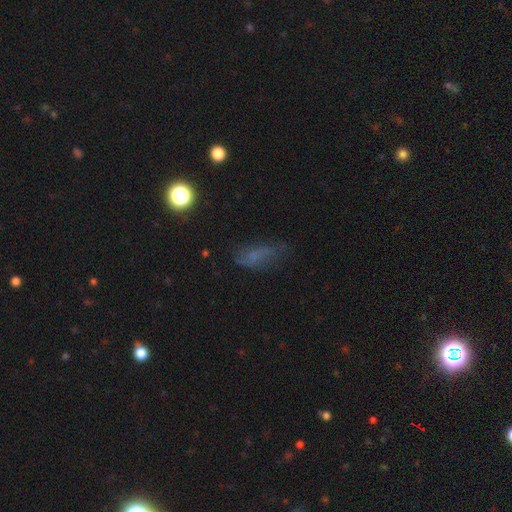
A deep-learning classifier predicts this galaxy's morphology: This appears to be a smooth galaxy with no disk features (52%) that is in between round and cigar-shaped (73%). Merging: none (52%).